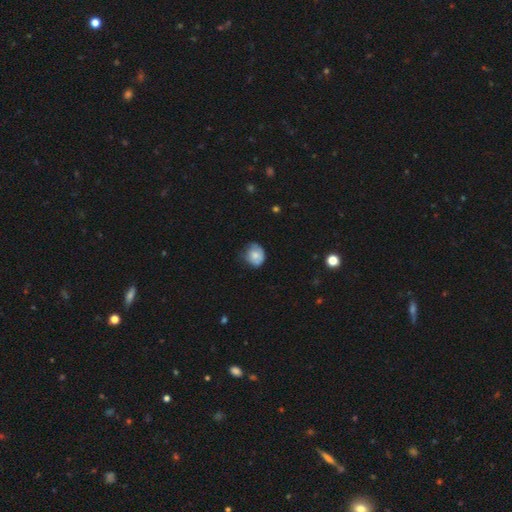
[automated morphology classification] A smooth galaxy with no disk features (70%) that is round (58%).

Vote fractions:
- Smooth or featured? smooth: 70% / featured or disk: 22% / star or artifact: 8%
- How rounded? round: 58% / in between: 41% / cigar-shaped: 1%
- Merging? none: 53% / minor disturbance: 36% / major disturbance: 10% / merger: 2%